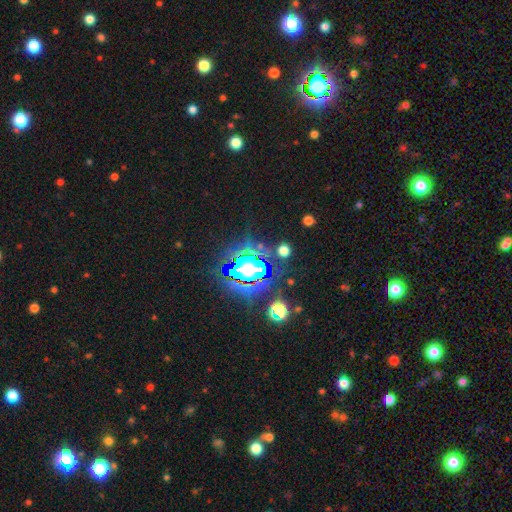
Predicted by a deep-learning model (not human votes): Overall: star or artifact (81%).